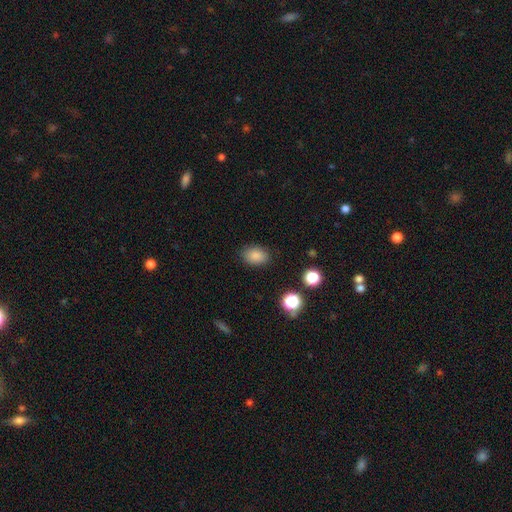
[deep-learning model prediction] smooth 85%, star or artifact 10%, featured or disk 5%. Down the decision tree: how rounded — in between (78%); merging — none (84%).